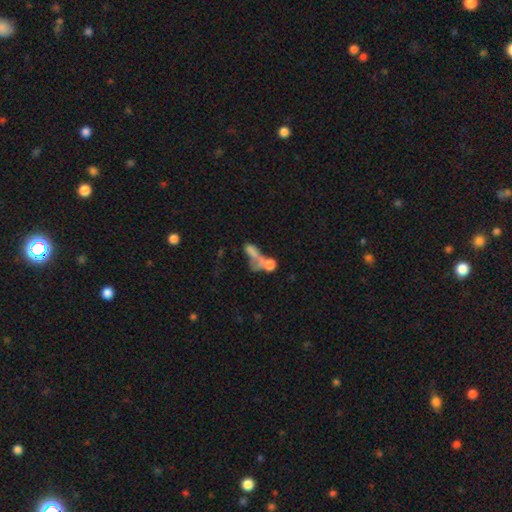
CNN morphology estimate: smooth_or_featured: smooth (p=0.51) [alt: featured or disk p=0.29]
how_rounded: in between (p=0.53) [alt: round p=0.33]
merging: merger (p=0.47) [alt: none p=0.23]